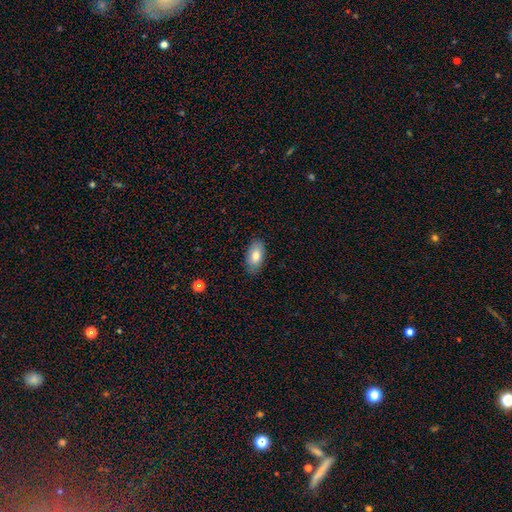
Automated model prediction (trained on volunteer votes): Overall: smooth (79%). How rounded: in between (93%). Merging: none (85%).